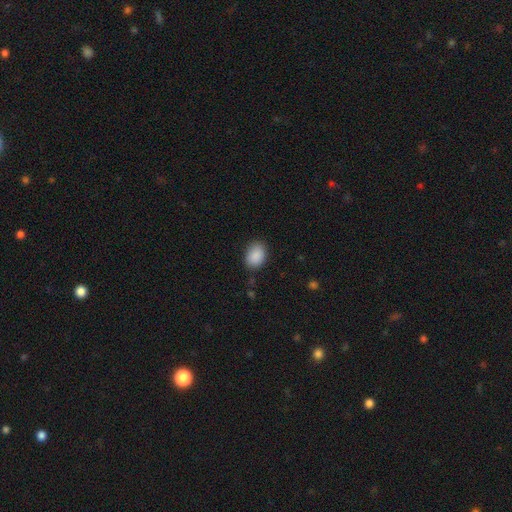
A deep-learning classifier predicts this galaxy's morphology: Q: Smooth or featured?
A: smooth (89%); runner-up: star or artifact (7%)
Q: How rounded?
A: in between (77%); runner-up: round (22%)
Q: Merging?
A: none (83%); runner-up: minor disturbance (13%)